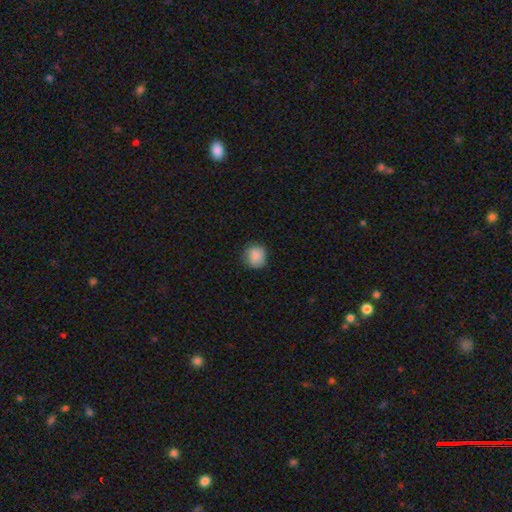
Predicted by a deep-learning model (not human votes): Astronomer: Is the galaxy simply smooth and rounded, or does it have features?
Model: smooth — 87%.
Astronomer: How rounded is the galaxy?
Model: round — 87%.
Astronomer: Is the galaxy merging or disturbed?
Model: none — 82%.